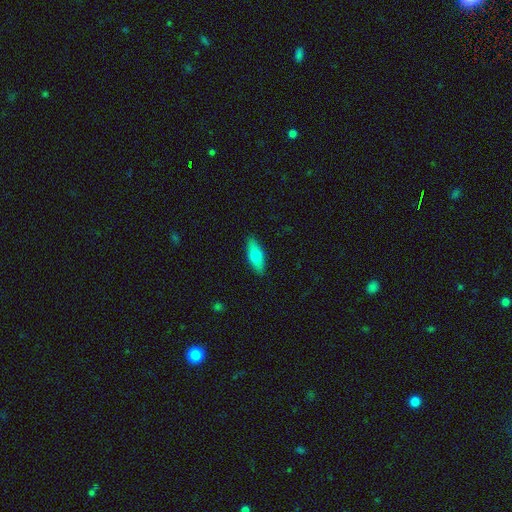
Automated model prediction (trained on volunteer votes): Smooth or featured?
  - smooth: 69% *
  - featured or disk: 25%
  - star or artifact: 6%
How rounded?
  - in between: 67% *
  - cigar-shaped: 31%
  - round: 3%
Merging?
  - none: 88% *
  - minor disturbance: 9%
  - major disturbance: 2%
  - merger: 1%